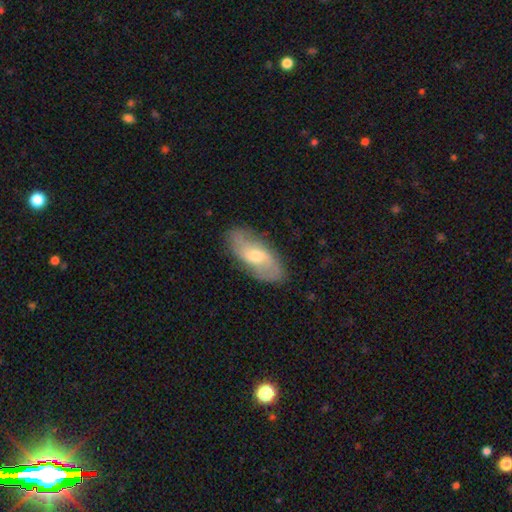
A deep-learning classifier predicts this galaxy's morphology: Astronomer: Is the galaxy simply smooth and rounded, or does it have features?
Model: featured or disk — 60%.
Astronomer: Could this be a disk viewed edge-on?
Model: no — 88%.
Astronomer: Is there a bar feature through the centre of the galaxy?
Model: weak — 49% (runner-up: no, 38%).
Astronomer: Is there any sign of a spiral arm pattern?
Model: yes — 78%.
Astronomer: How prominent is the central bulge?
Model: moderate — 62%.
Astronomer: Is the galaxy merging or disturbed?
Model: none — 83%.